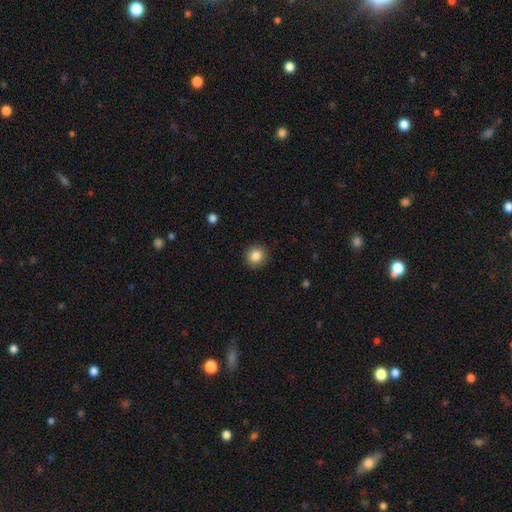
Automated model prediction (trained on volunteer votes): smooth-or-featured: smooth: 85% | star or artifact: 10% | featured or disk: 5%
  how-rounded: round: 89% | in between: 10% | cigar-shaped: 1%
  merging: none: 91% | minor disturbance: 6% | major disturbance: 2% | merger: 1%